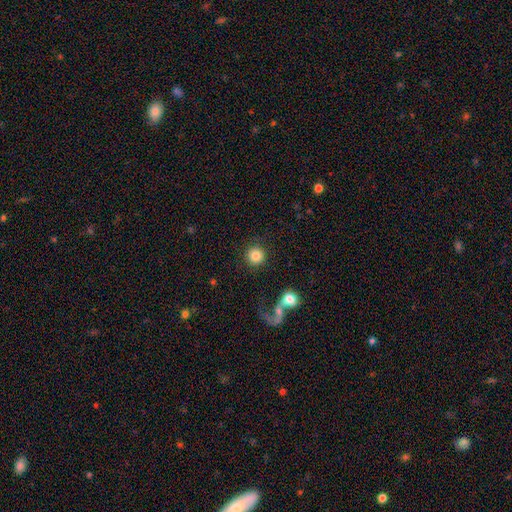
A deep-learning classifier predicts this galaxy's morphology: Smooth or featured?
  - smooth: 84% *
  - featured or disk: 8%
  - star or artifact: 8%
How rounded?
  - round: 94% *
  - in between: 5%
  - cigar-shaped: 1%
Merging?
  - none: 79% *
  - merger: 9%
  - major disturbance: 6%
  - minor disturbance: 6%